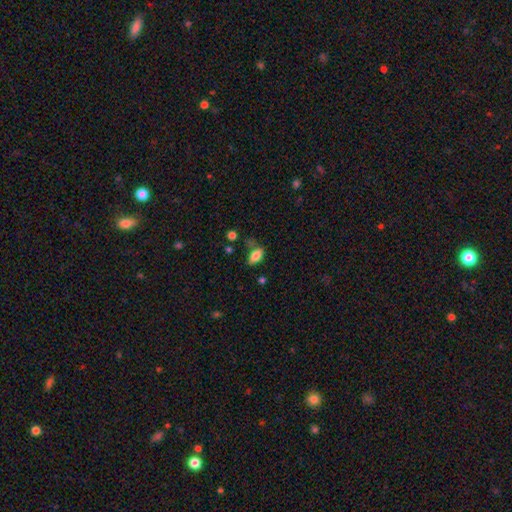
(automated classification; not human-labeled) A smooth galaxy with no disk features (79%) that is in between round and cigar-shaped (88%). Merging: none (61%).